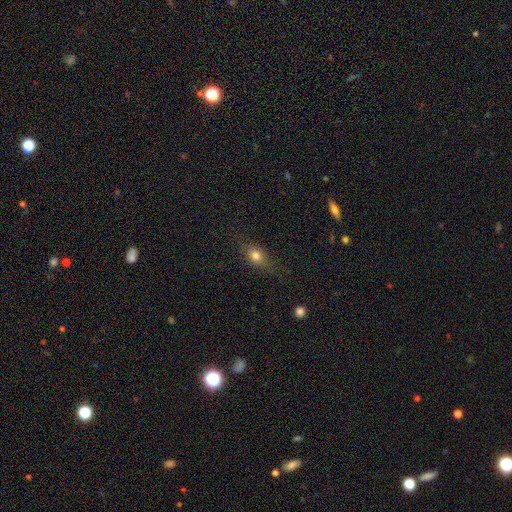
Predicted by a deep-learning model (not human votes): Overall: smooth (70%). How rounded: in between (63%; round 27%). Merging: none (76%).